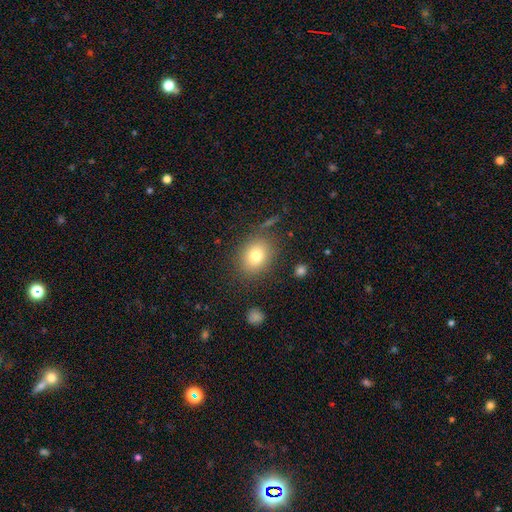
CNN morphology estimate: The model was most divided on "how rounded": round: 59%, in between: 40%, cigar-shaped: 1%. More confident: merging — none (81%); smooth or featured — smooth (78%).